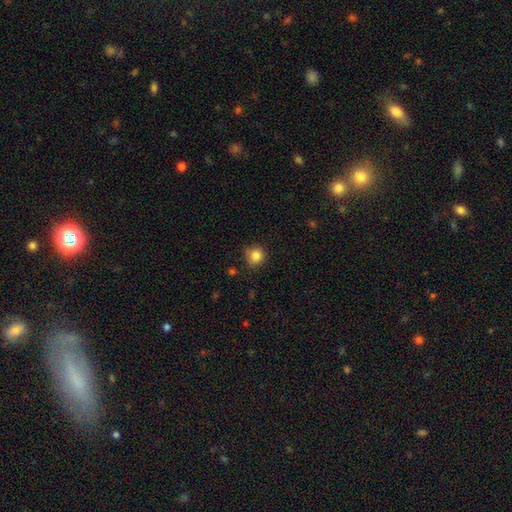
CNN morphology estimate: smooth-or-featured: smooth: 84% | star or artifact: 11% | featured or disk: 5%
  how-rounded: round: 91% | in between: 8% | cigar-shaped: 1%
  merging: none: 83% | minor disturbance: 13% | major disturbance: 3% | merger: 2%